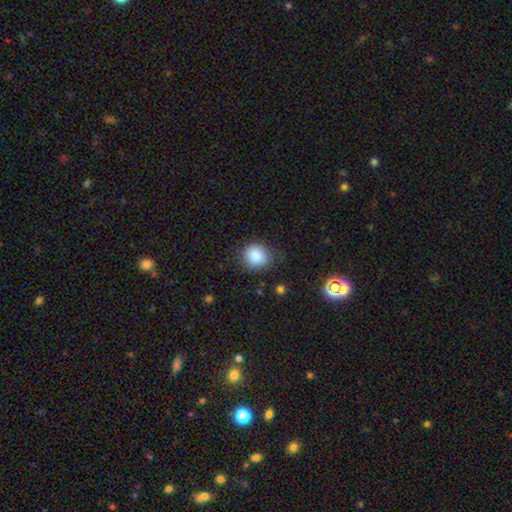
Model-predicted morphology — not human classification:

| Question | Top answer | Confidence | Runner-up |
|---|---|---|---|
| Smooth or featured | smooth | 87% | star or artifact (9%) |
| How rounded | round | 83% | in between (16%) |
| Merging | none | 79% | minor disturbance (15%) |